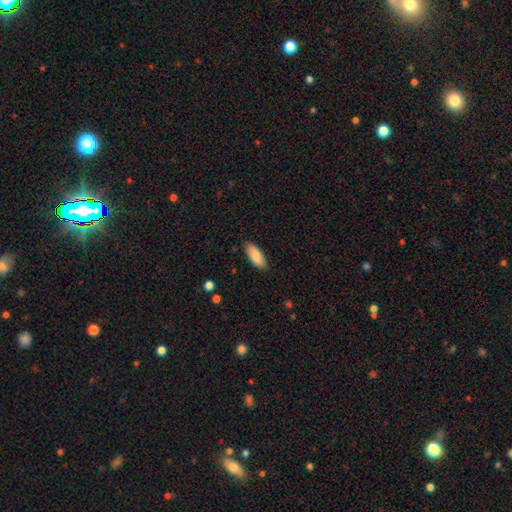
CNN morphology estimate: This is clearly a smooth galaxy (84%). How rounded: clearly in between (82%). Merging: clearly none (85%).